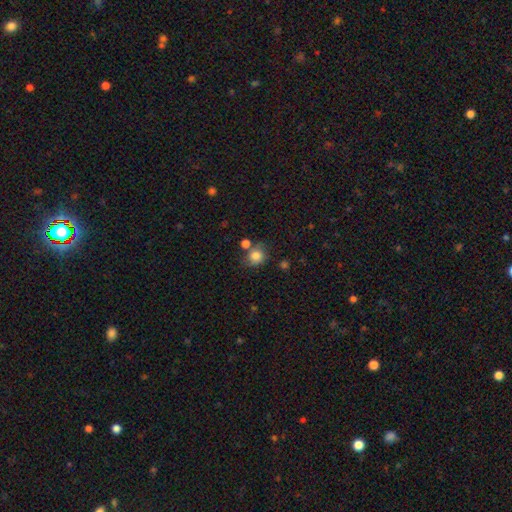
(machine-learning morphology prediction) Overall: smooth (80%). How rounded: round (74%). Merging: none (59%).